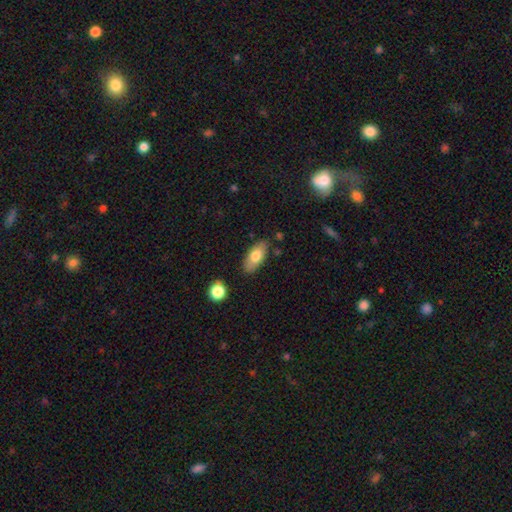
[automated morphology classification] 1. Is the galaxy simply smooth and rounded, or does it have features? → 74% smooth, 19% featured or disk, 7% star or artifact.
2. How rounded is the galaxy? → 87% in between, 10% cigar-shaped, 3% round.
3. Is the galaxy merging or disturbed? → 80% none, 14% minor disturbance, 3% merger, 3% major disturbance.